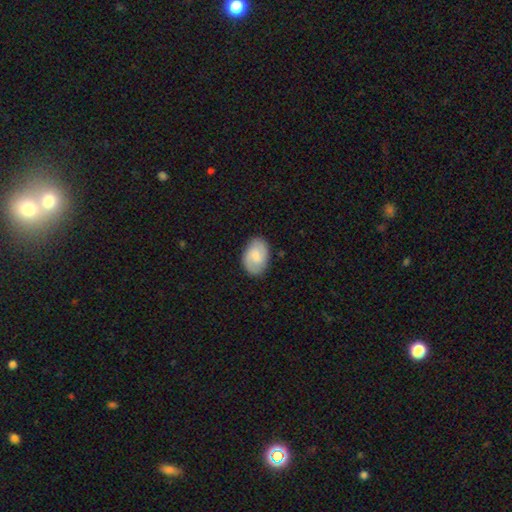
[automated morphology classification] Q: Smooth or featured?
A: smooth (61%); runner-up: featured or disk (32%)
Q: How rounded?
A: in between (87%); runner-up: round (11%)
Q: Merging?
A: none (82%); runner-up: minor disturbance (14%)